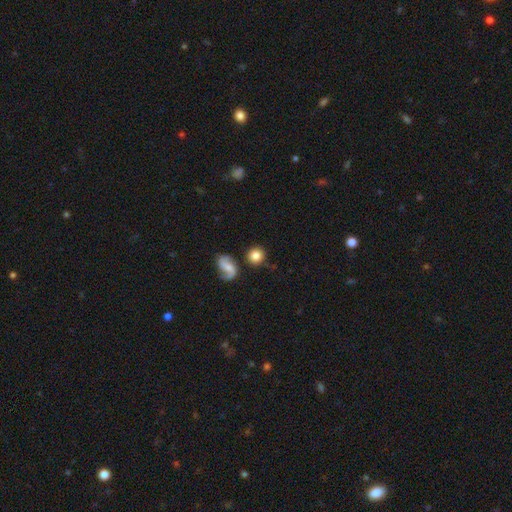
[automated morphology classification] type=smooth (74%); roundness=round (91%); merging=none (78%).